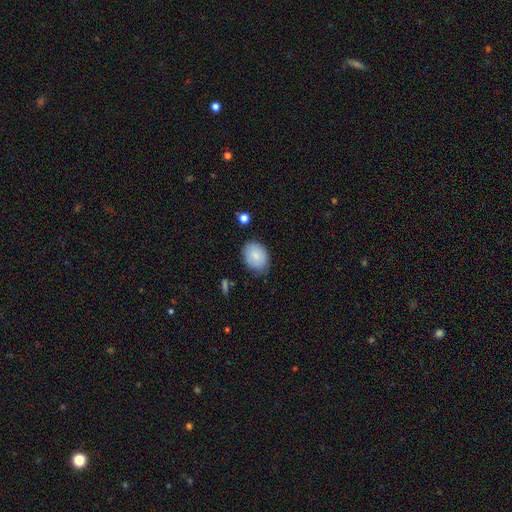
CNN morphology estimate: smooth-or-featured: smooth: 83% | featured or disk: 10% | star or artifact: 7%
  how-rounded: in between: 64% | round: 35% | cigar-shaped: 1%
  merging: none: 77% | minor disturbance: 18% | major disturbance: 3% | merger: 2%